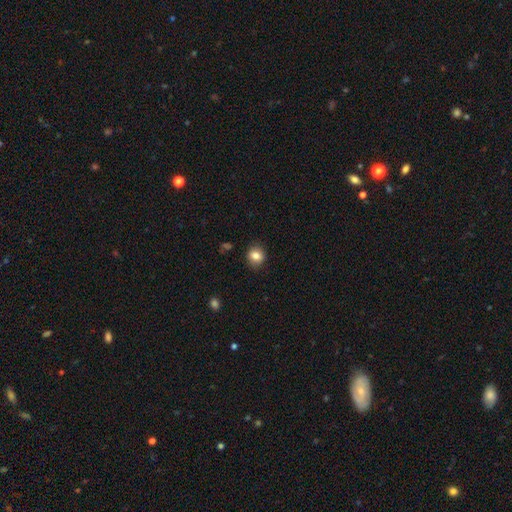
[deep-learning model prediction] Smooth or featured: smooth — 82% (star or artifact — 10%)
How rounded: round — 71% (in between — 28%)
Merging: none — 85% (minor disturbance — 11%)